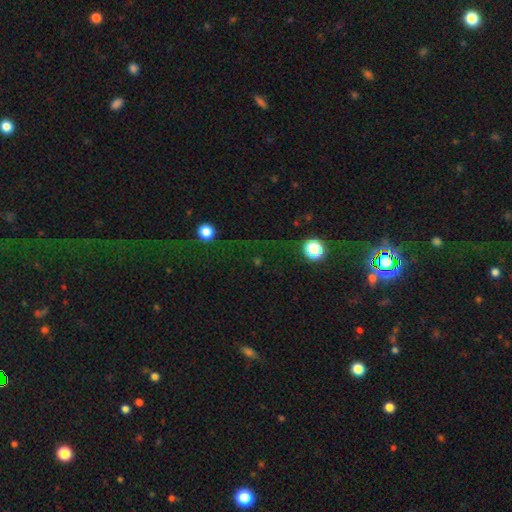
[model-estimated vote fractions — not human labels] Smooth or featured: star or artifact — 68% (smooth — 21%)